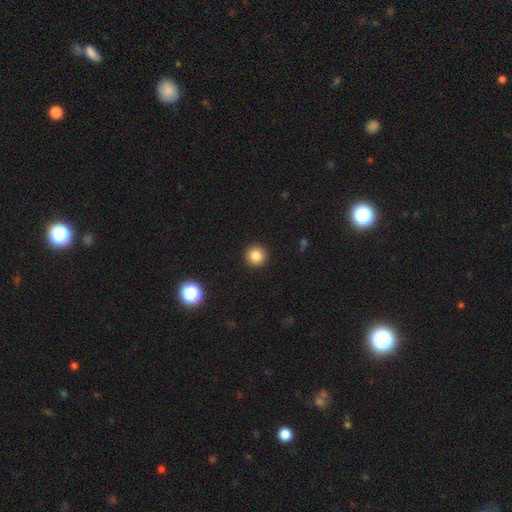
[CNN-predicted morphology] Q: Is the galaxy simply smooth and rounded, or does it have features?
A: smooth — 85%.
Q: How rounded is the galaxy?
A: round — 95%.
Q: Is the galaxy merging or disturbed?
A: none — 93%.